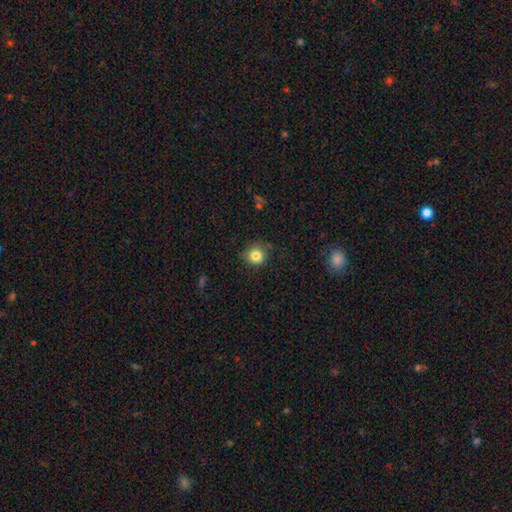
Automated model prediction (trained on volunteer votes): The model was most divided on "merging": none: 79%, minor disturbance: 16%, major disturbance: 4%, merger: 1%. More confident: how rounded — round (90%); smooth or featured — smooth (82%).